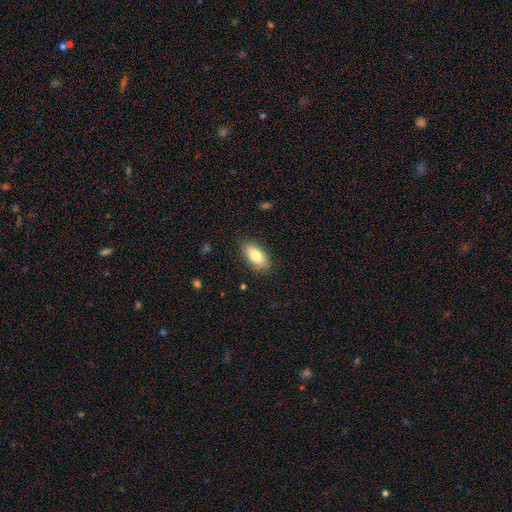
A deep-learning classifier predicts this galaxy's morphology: smooth_or_featured: smooth (p=0.81) [alt: featured or disk p=0.13]
how_rounded: in between (p=0.90) [alt: cigar-shaped p=0.07]
merging: none (p=0.84) [alt: minor disturbance p=0.12]